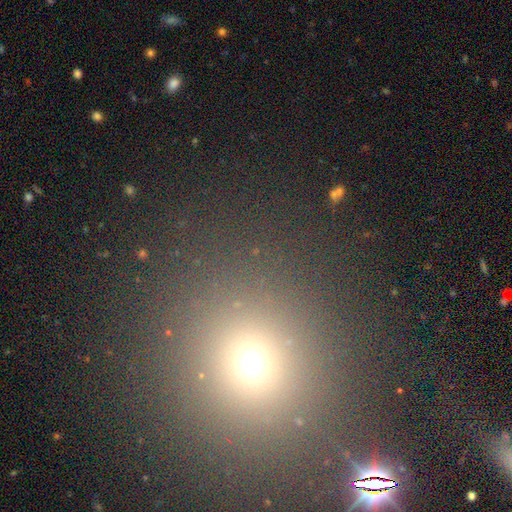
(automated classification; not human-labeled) This appears to be a smooth galaxy with no disk features (55%) that is round (91%). Merging: none (86%).